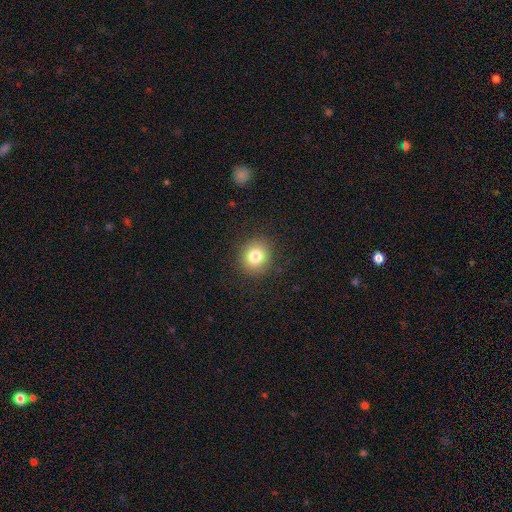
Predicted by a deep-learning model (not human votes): The model was most divided on "smooth or featured": smooth: 81%, star or artifact: 12%, featured or disk: 7%. More confident: merging — none (91%); how rounded — round (87%).